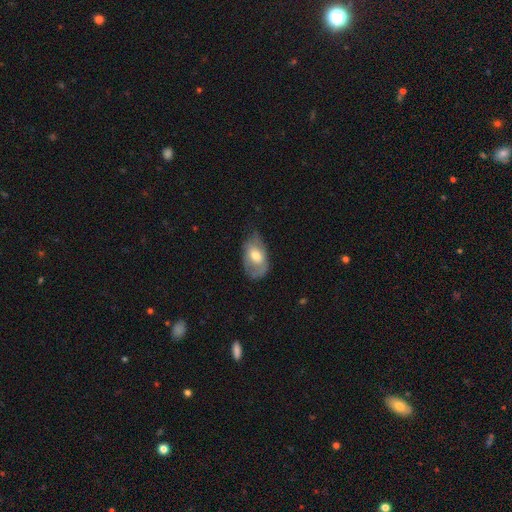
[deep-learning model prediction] This is possibly a smooth galaxy (56%). How rounded: clearly in between (89%). Merging: possibly none (47%).